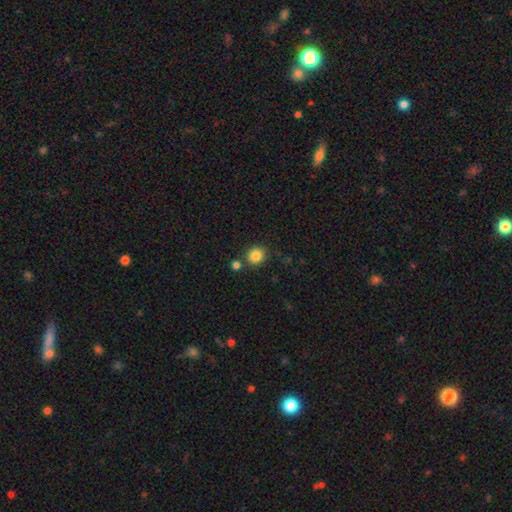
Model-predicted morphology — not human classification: A smooth galaxy with no disk features (85%) that is round (83%).

Vote fractions:
- Smooth or featured? smooth: 85% / star or artifact: 10% / featured or disk: 4%
- How rounded? round: 83% / in between: 16% / cigar-shaped: 1%
- Merging? none: 78% / merger: 10% / minor disturbance: 9% / major disturbance: 3%